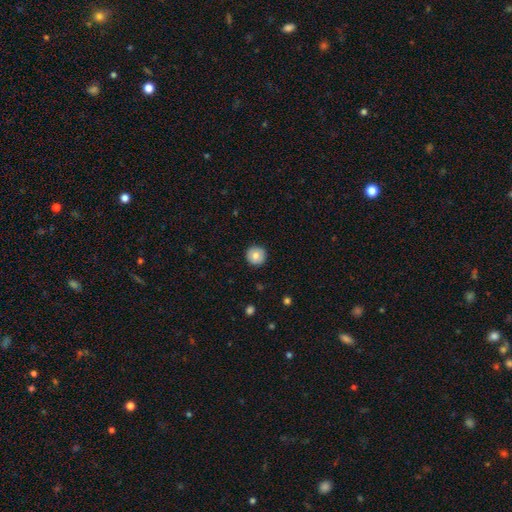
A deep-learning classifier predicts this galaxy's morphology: Smooth or featured: smooth — 80% (featured or disk — 12%)
How rounded: round — 95% (in between — 4%)
Merging: none — 91% (minor disturbance — 7%)